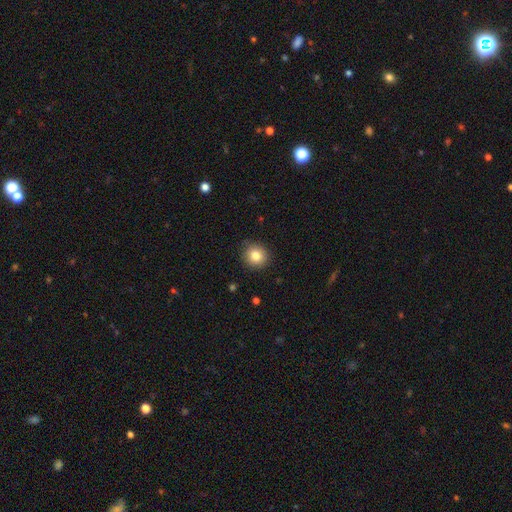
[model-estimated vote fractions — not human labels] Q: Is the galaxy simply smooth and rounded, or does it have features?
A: smooth — 82%.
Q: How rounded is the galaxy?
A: round — 90%.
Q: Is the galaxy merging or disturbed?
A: none — 88%.